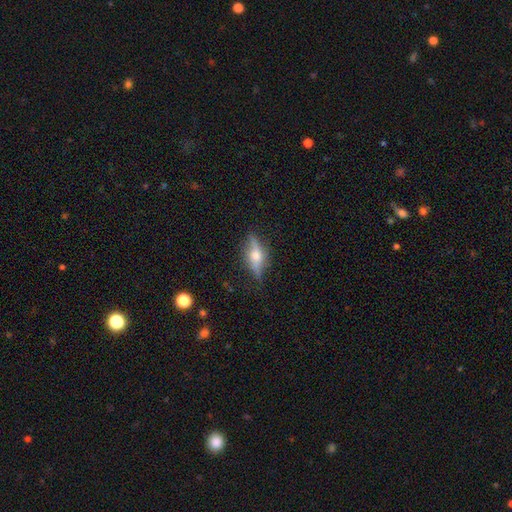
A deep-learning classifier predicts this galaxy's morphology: Smooth or featured?
  - featured or disk: 67% *
  - smooth: 25%
  - star or artifact: 7%
Edge-on disk?
  - yes: 91% *
  - no: 9%
Edge-on bulge?
  - rounded: 93% *
  - boxy: 5%
  - none: 2%
Merging?
  - none: 80% *
  - minor disturbance: 15%
  - major disturbance: 4%
  - merger: 1%